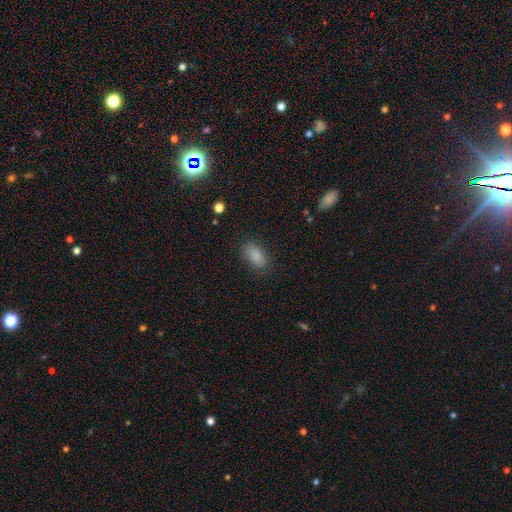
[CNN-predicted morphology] Q: Smooth or featured?
A: smooth (85%); runner-up: star or artifact (9%)
Q: How rounded?
A: in between (91%); runner-up: round (5%)
Q: Merging?
A: none (82%); runner-up: minor disturbance (13%)